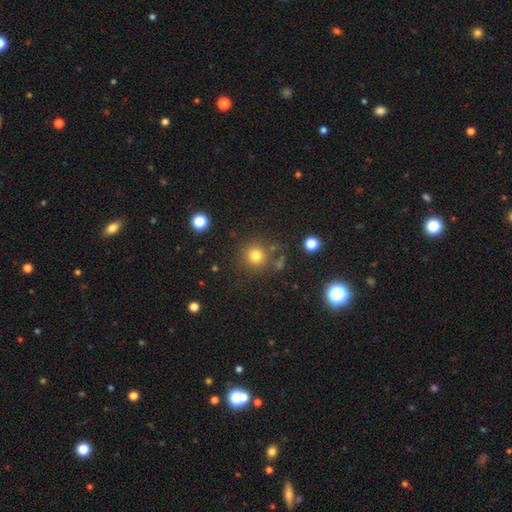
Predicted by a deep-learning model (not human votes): smooth 78%, star or artifact 15%, featured or disk 6%. Down the decision tree: how rounded — round (94%); merging — none (81%).